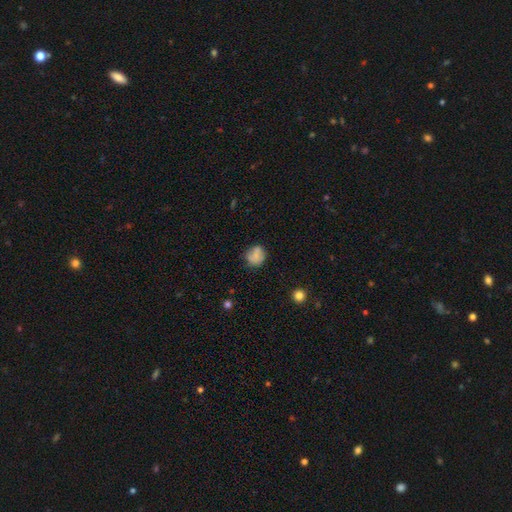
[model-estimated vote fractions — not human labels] This appears to be a smooth galaxy with no disk features (73%) that is round (78%). Merging: none (63%).